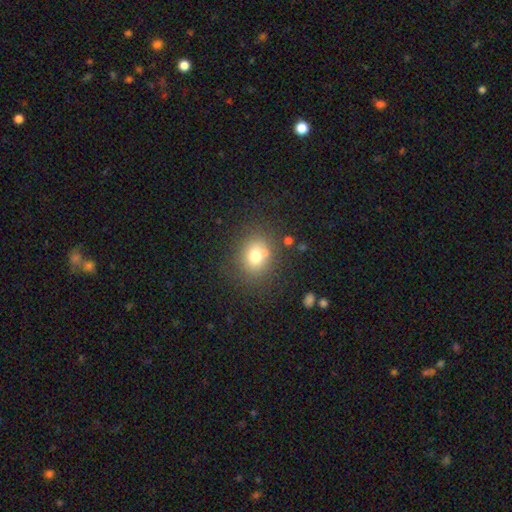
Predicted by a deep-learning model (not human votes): Smooth or featured? Predicted: smooth (p=0.72). How rounded? Predicted: round (p=0.67). Merging? Predicted: none (p=0.67).